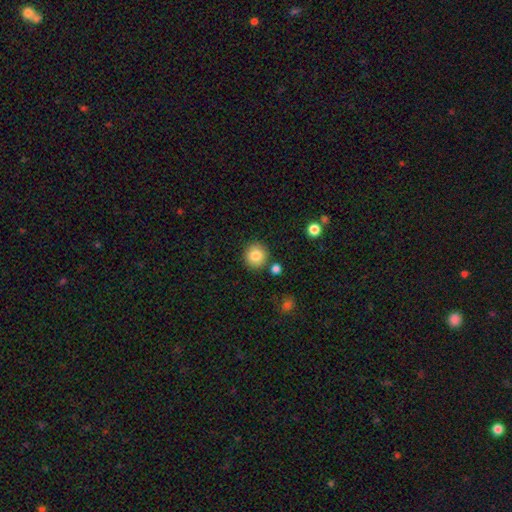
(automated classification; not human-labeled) smooth-or-featured: smooth: 85% | star or artifact: 9% | featured or disk: 6%
  how-rounded: round: 91% | in between: 8% | cigar-shaped: 1%
  merging: none: 86% | minor disturbance: 7% | merger: 5% | major disturbance: 2%